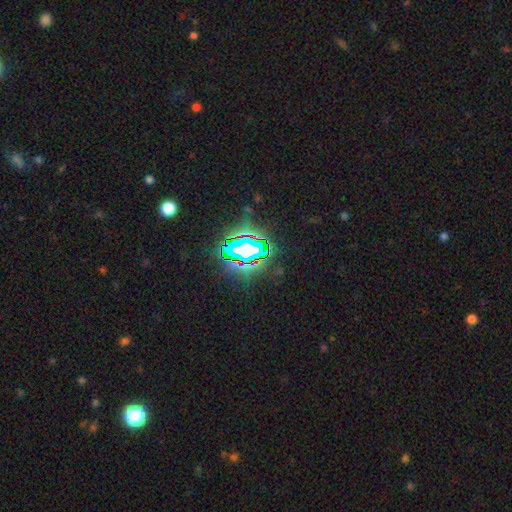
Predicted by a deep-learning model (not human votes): A star or artifact, not a galaxy (76%).

Vote fractions:
- Smooth or featured? star or artifact: 76% / smooth: 12% / featured or disk: 12%